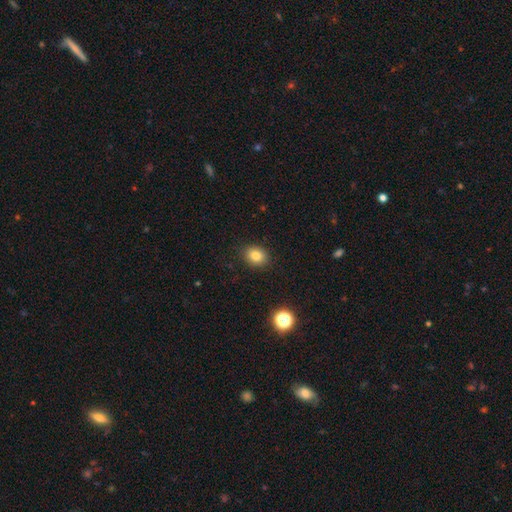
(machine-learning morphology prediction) smooth-or-featured: smooth: 81% | star or artifact: 11% | featured or disk: 7%
  how-rounded: round: 55% | in between: 44% | cigar-shaped: 1%
  merging: none: 89% | minor disturbance: 8% | major disturbance: 2% | merger: 1%